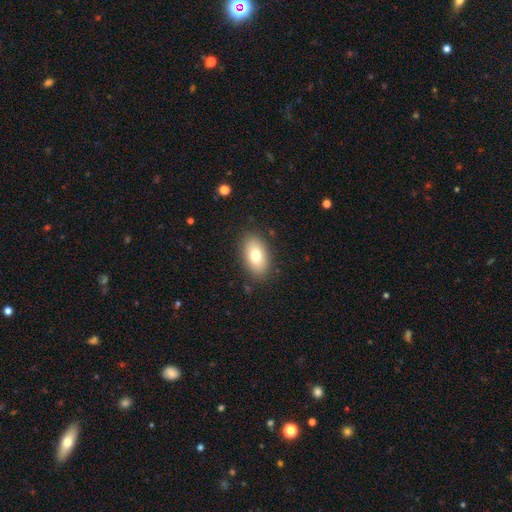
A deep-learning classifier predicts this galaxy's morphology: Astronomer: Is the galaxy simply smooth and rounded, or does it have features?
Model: smooth — 75%.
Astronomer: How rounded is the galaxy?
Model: in between — 91%.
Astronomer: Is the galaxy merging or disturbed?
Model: none — 86%.